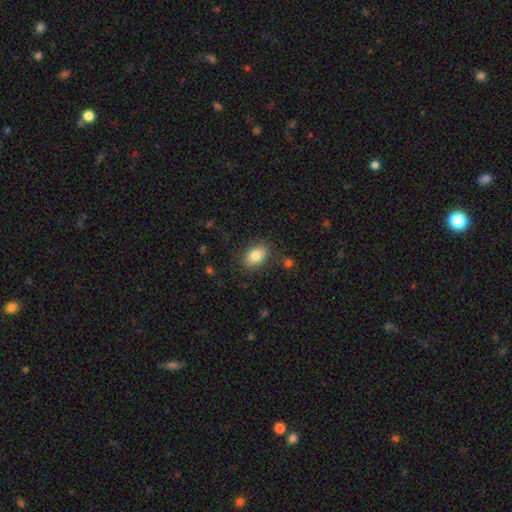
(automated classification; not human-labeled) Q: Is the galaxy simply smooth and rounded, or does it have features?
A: smooth — 83%.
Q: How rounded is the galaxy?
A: in between — 85%.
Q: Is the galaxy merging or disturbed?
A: none — 82%.